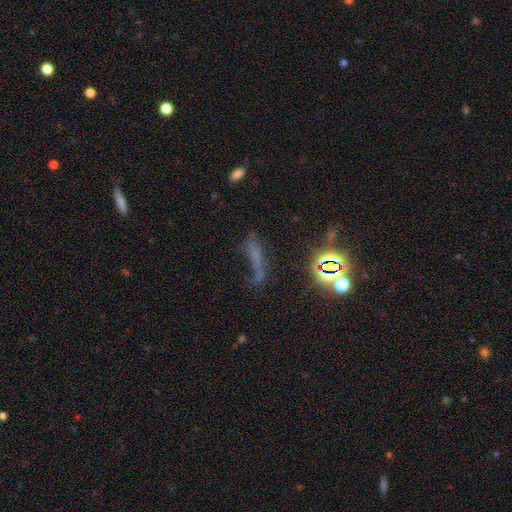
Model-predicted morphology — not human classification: Overall: smooth (41%; star or artifact 37%). Merging: none (45%; major disturbance 22%).